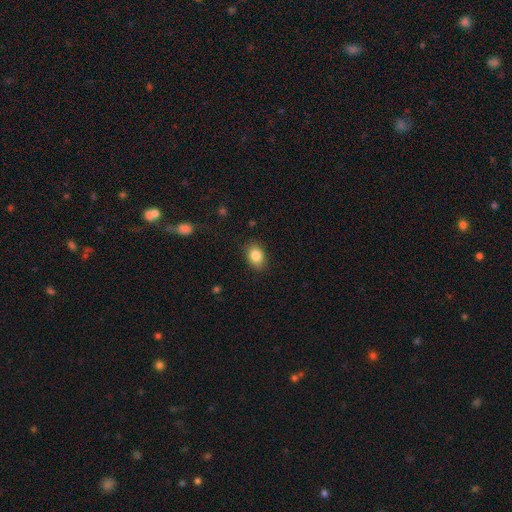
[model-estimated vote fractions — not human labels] Morphology: type=smooth (85%); roundness=in between (75%); merging=none (86%).